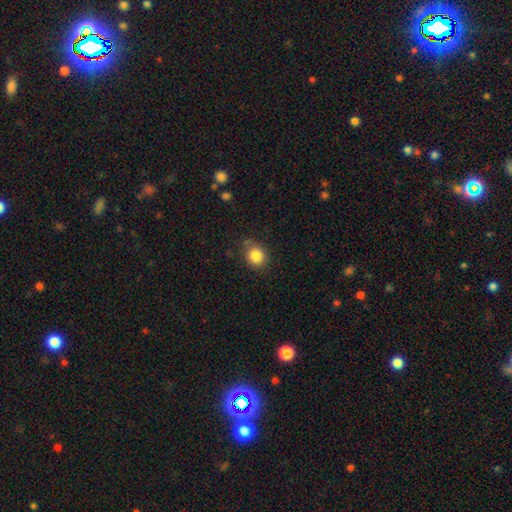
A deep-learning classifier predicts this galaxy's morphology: smooth-or-featured: smooth: 85% | star or artifact: 10% | featured or disk: 5%
  how-rounded: round: 73% | in between: 26% | cigar-shaped: 1%
  merging: none: 79% | minor disturbance: 15% | major disturbance: 4% | merger: 2%